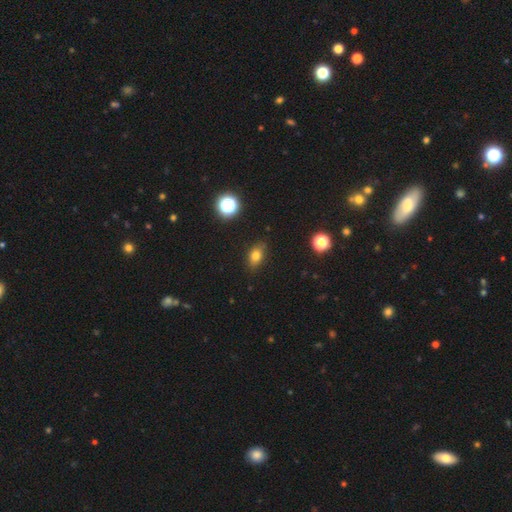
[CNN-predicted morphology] smooth-or-featured: smooth: 77% | star or artifact: 14% | featured or disk: 9%
  how-rounded: in between: 76% | round: 21% | cigar-shaped: 4%
  merging: none: 84% | minor disturbance: 12% | major disturbance: 3% | merger: 1%